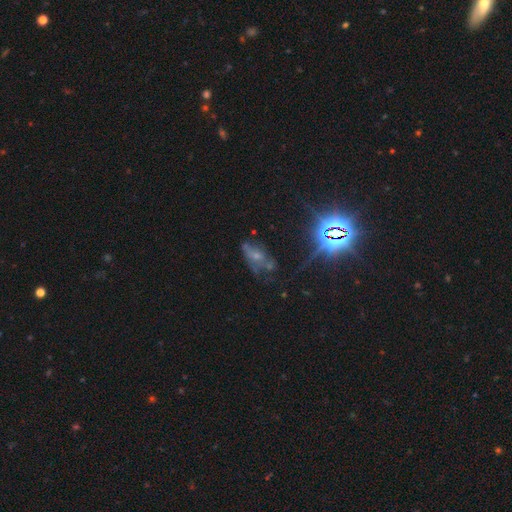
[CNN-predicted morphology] smooth_or_featured: featured or disk (p=0.40) [alt: star or artifact p=0.30]
merging: none (p=0.37) [alt: major disturbance p=0.28]